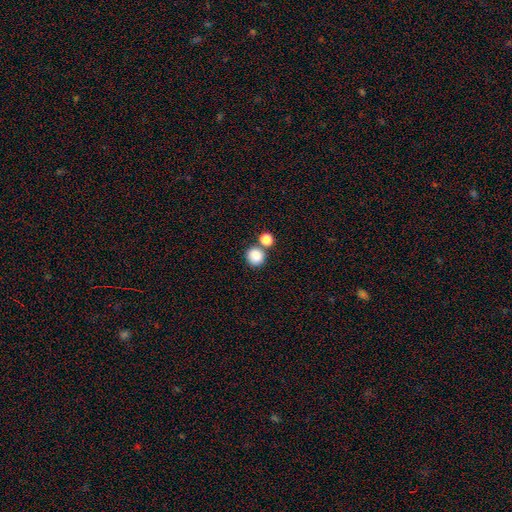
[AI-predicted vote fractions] This appears to be a smooth galaxy with no disk features (86%) that is round (89%). Merging: none (68%).